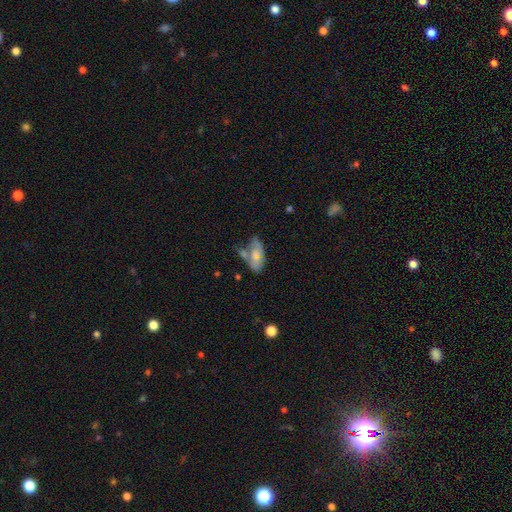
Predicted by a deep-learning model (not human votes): This is possibly a smooth galaxy (60%). How rounded: clearly in between (87%). Merging: marginally none (37%).